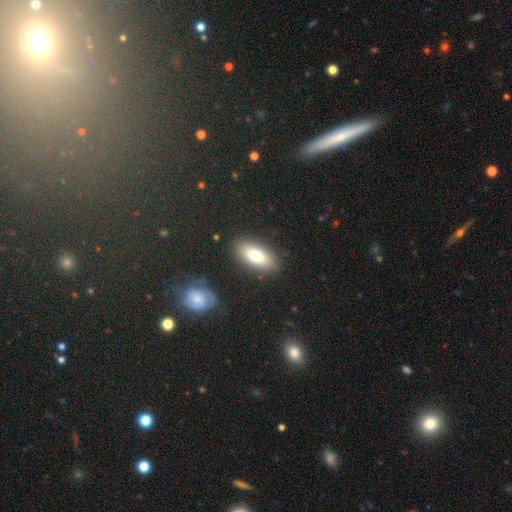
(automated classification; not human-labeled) smooth_or_featured: smooth (p=0.75) [alt: featured or disk p=0.17]
how_rounded: in between (p=0.88) [alt: cigar-shaped p=0.07]
merging: none (p=0.86) [alt: minor disturbance p=0.09]